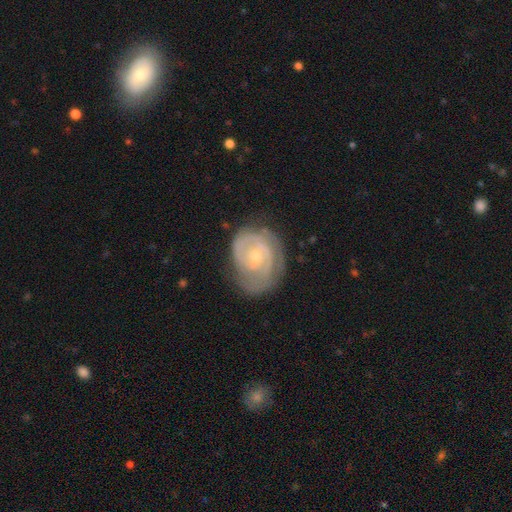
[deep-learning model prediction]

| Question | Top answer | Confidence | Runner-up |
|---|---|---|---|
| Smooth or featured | featured or disk | 80% | smooth (14%) |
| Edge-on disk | no | 97% | yes (3%) |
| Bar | no | 75% | weak (21%) |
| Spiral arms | yes | 91% | no (9%) |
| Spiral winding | tight | 71% | medium (23%) |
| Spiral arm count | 2 | 41% | can't tell (32%) |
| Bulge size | small | 75% | moderate (22%) |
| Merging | none | 65% | minor disturbance (23%) |